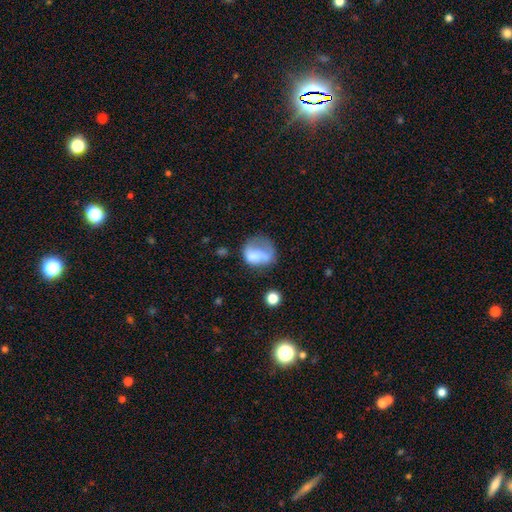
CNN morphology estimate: Smooth or featured?
  - smooth: 61% *
  - featured or disk: 29%
  - star or artifact: 10%
How rounded?
  - round: 51% *
  - in between: 47%
  - cigar-shaped: 2%
Merging?
  - major disturbance: 38% *
  - none: 29%
  - minor disturbance: 26%
  - merger: 7%